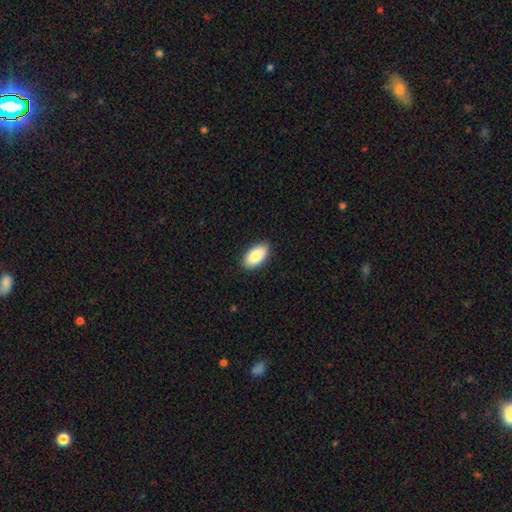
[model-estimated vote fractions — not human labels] The model was most divided on "smooth or featured": smooth: 85%, featured or disk: 8%, star or artifact: 6%. More confident: how rounded — in between (95%); merging — none (89%).